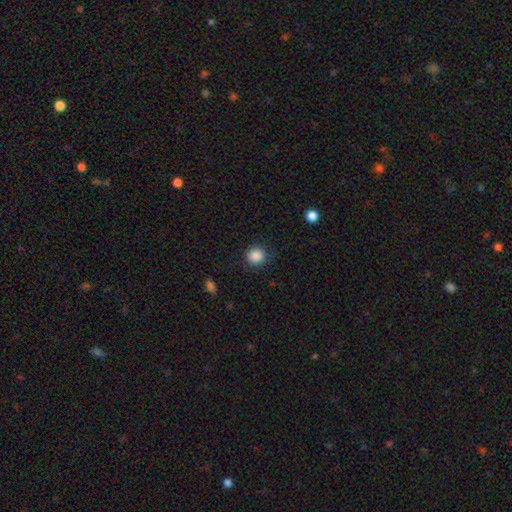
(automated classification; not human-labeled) This appears to be a smooth galaxy with no disk features (87%) that is round (90%). Merging: none (86%).